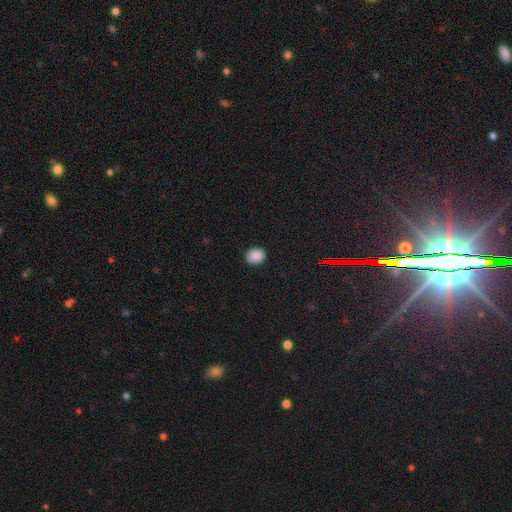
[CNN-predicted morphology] This is clearly a smooth galaxy (88%). How rounded: likely round (72%). Merging: clearly none (87%).